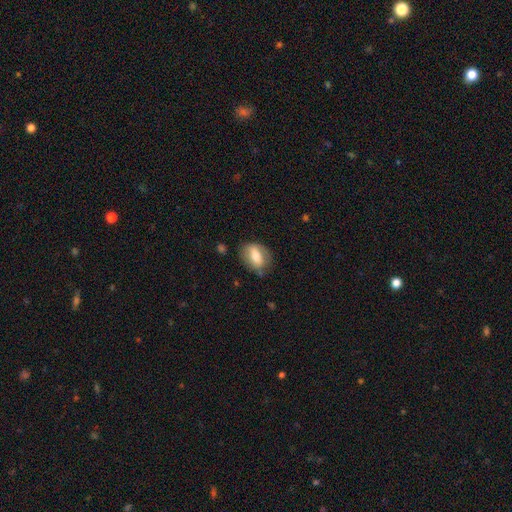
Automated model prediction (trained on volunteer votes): smooth-or-featured: smooth: 60% | featured or disk: 33% | star or artifact: 7%
  how-rounded: in between: 71% | round: 26% | cigar-shaped: 2%
  merging: none: 74% | minor disturbance: 18% | major disturbance: 6% | merger: 2%